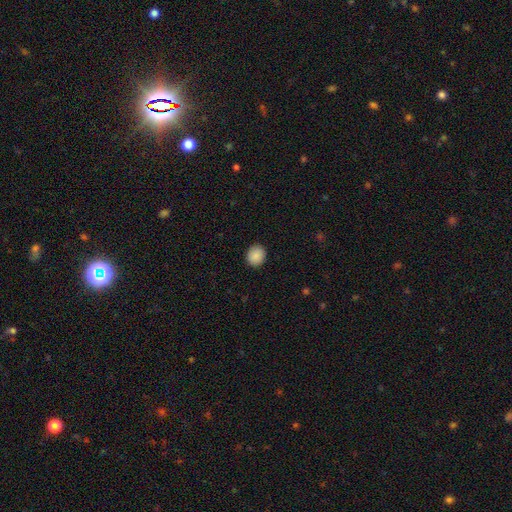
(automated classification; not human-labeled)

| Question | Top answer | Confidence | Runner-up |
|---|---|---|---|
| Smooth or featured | smooth | 89% | star or artifact (8%) |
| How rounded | round | 72% | in between (27%) |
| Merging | none | 90% | minor disturbance (7%) |